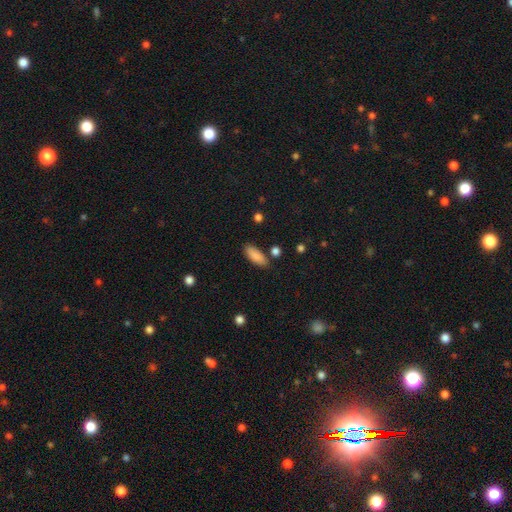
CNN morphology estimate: Q: Smooth or featured?
A: smooth (87%); runner-up: star or artifact (7%)
Q: How rounded?
A: in between (77%); runner-up: cigar-shaped (21%)
Q: Merging?
A: none (81%); runner-up: minor disturbance (12%)